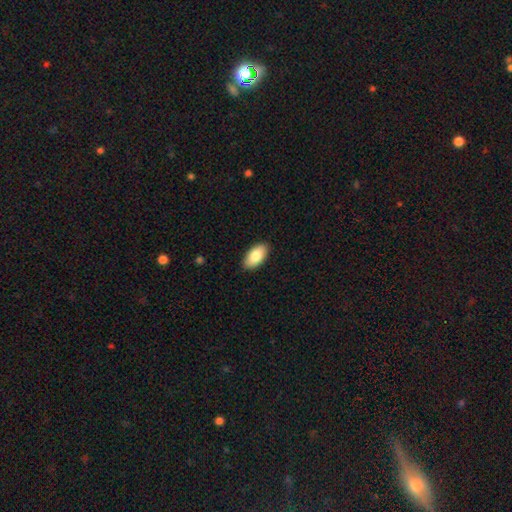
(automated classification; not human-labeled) smooth-or-featured: smooth: 85% | featured or disk: 9% | star or artifact: 6%
  how-rounded: in between: 95% | cigar-shaped: 3% | round: 2%
  merging: none: 89% | minor disturbance: 8% | major disturbance: 2% | merger: 1%